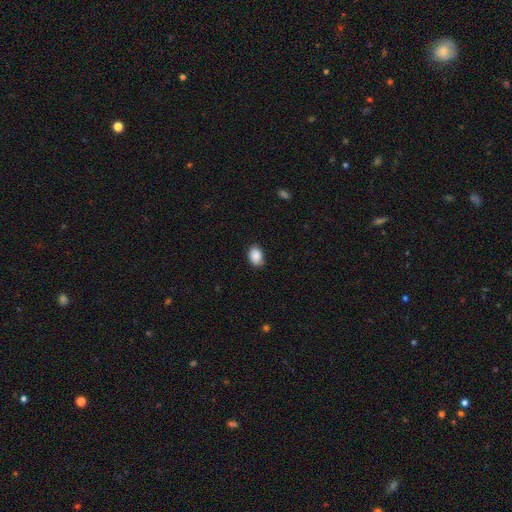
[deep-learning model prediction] This appears to be a smooth galaxy with no disk features (89%) that is in between round and cigar-shaped (77%). Merging: none (81%).